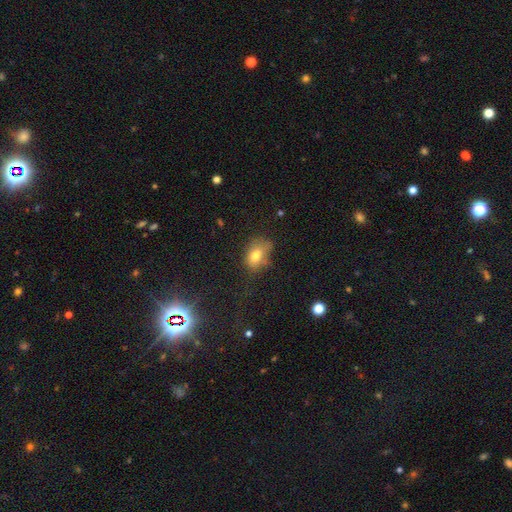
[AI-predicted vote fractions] A smooth galaxy with no disk features (73%) that is in between round and cigar-shaped (80%). Merging: none (46%).